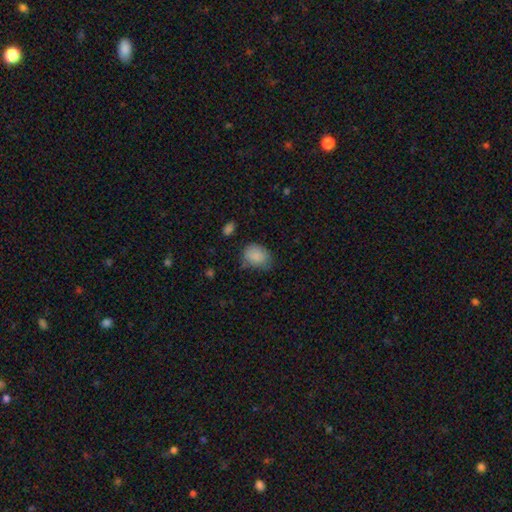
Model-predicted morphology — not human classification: The model was most divided on "how rounded": in between: 57%, round: 42%, cigar-shaped: 1%. More confident: smooth or featured — smooth (86%); merging — none (60%).